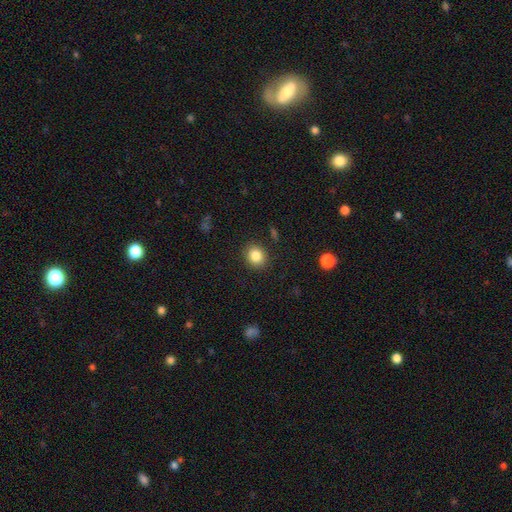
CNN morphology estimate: smooth-or-featured: smooth: 85% | star or artifact: 10% | featured or disk: 6%
  how-rounded: round: 70% | in between: 29% | cigar-shaped: 1%
  merging: none: 89% | minor disturbance: 7% | major disturbance: 2% | merger: 1%